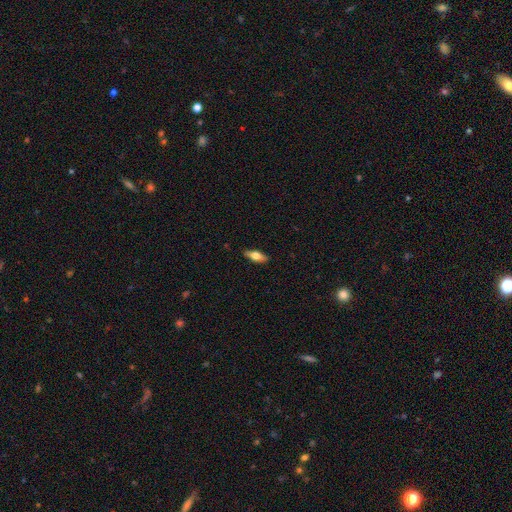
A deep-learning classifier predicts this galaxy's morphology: Smooth or featured? smooth (61%)
How rounded? in between (69%)
Merging? none (88%)